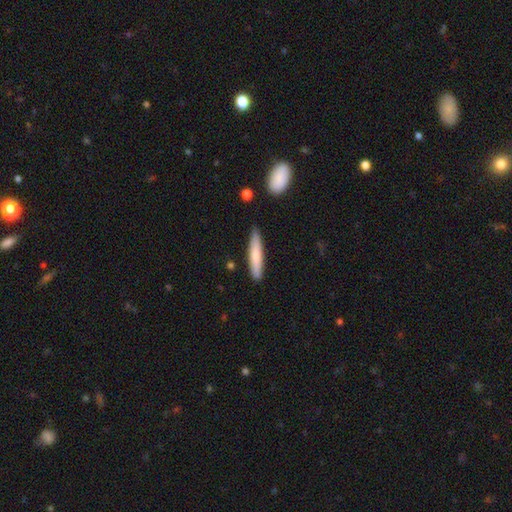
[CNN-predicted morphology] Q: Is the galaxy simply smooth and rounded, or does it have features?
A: smooth — 75%.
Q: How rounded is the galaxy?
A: cigar-shaped — 89%.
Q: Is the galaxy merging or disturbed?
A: none — 84%.